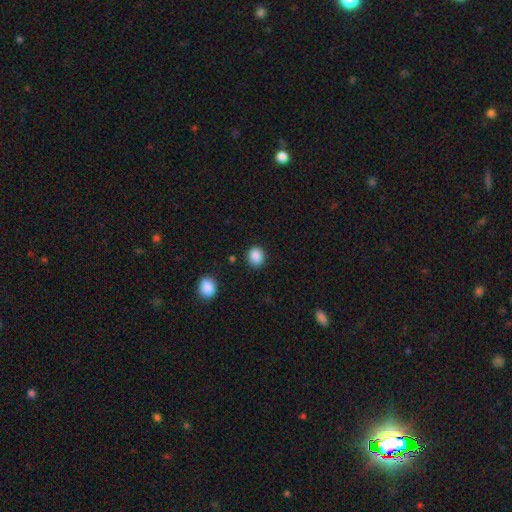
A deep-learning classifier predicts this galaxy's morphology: smooth 88%, star or artifact 9%, featured or disk 3%. Down the decision tree: how rounded — round (68%); merging — none (86%).